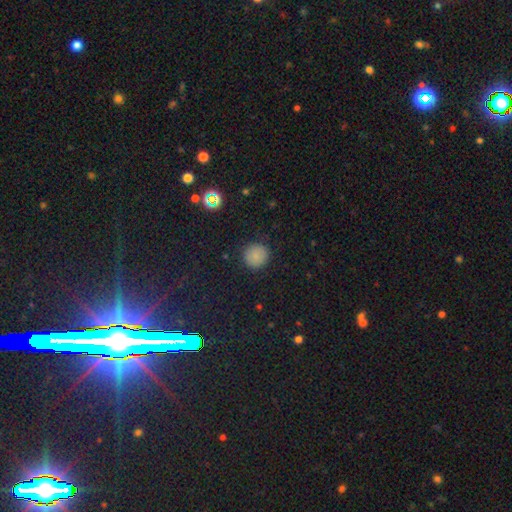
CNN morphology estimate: type=smooth (81%); roundness=round (94%); merging=none (90%).